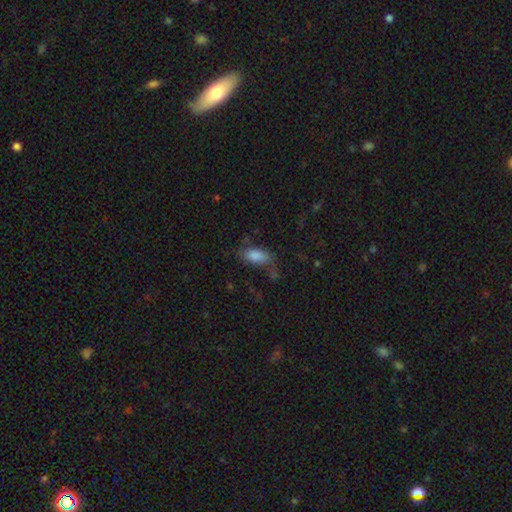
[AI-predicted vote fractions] Smooth or featured?
  - smooth: 82% *
  - featured or disk: 10%
  - star or artifact: 8%
How rounded?
  - in between: 89% *
  - cigar-shaped: 8%
  - round: 3%
Merging?
  - none: 53% *
  - minor disturbance: 26%
  - major disturbance: 16%
  - merger: 5%